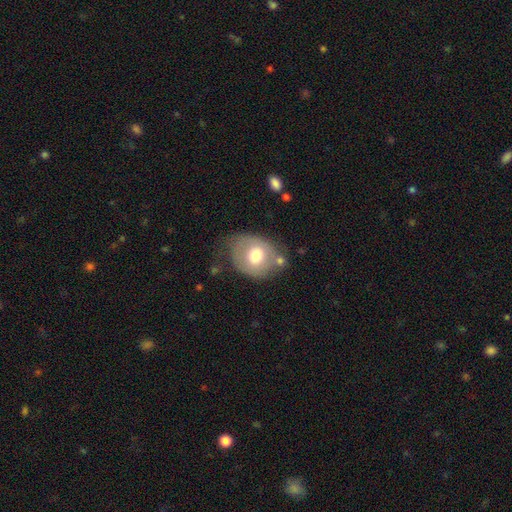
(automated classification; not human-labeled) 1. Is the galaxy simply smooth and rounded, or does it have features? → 64% smooth, 28% featured or disk, 8% star or artifact.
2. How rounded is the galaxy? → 54% round, 46% in between, 1% cigar-shaped.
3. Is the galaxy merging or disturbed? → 54% none, 26% minor disturbance, 12% major disturbance, 9% merger.